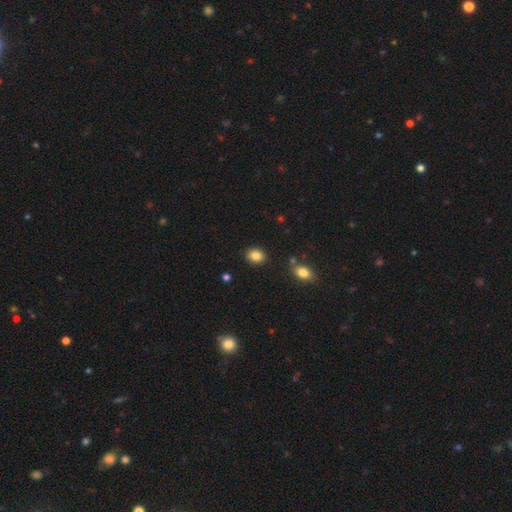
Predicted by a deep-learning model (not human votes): smooth-or-featured: smooth: 86% | star or artifact: 9% | featured or disk: 5%
  how-rounded: in between: 53% | round: 45% | cigar-shaped: 1%
  merging: none: 87% | minor disturbance: 8% | merger: 3% | major disturbance: 2%